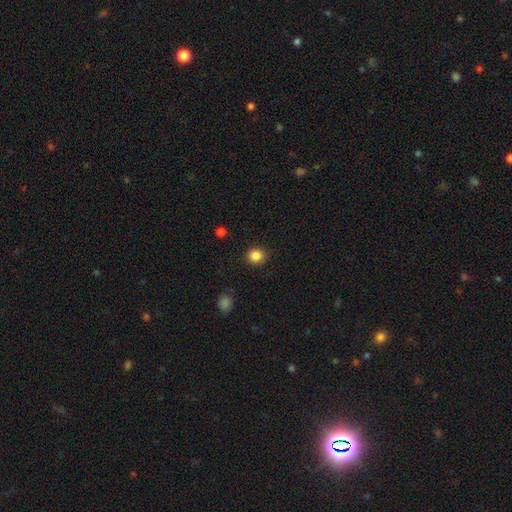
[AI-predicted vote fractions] Q: Smooth or featured?
A: smooth (85%); runner-up: star or artifact (11%)
Q: How rounded?
A: round (80%); runner-up: in between (20%)
Q: Merging?
A: none (90%); runner-up: minor disturbance (6%)